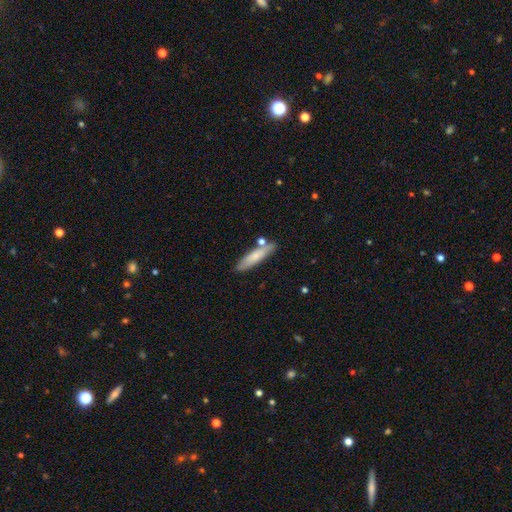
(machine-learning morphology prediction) Smooth or featured?
  - smooth: 73% *
  - featured or disk: 21%
  - star or artifact: 6%
How rounded?
  - cigar-shaped: 79% *
  - in between: 19%
  - round: 2%
Merging?
  - none: 76% *
  - minor disturbance: 13%
  - merger: 9%
  - major disturbance: 3%